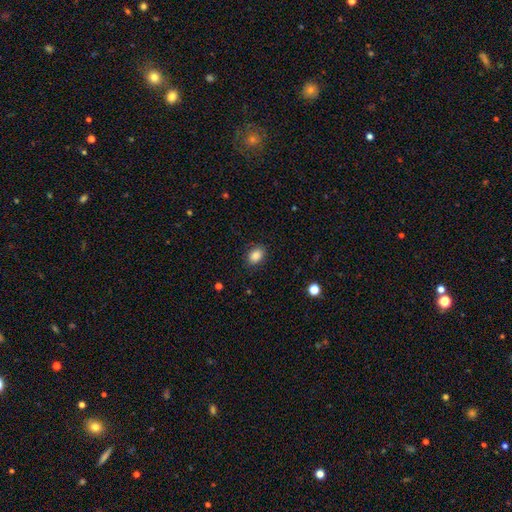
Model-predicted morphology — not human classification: Smooth or featured? smooth (87%)
How rounded? in between (74%)
Merging? none (85%)